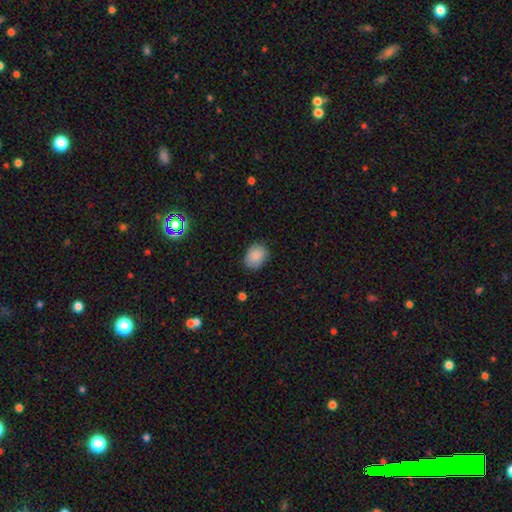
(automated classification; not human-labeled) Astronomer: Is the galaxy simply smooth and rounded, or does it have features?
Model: smooth — 86%.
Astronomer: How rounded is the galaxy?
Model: in between — 59% (runner-up: round, 40%).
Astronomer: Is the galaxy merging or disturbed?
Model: none — 81%.